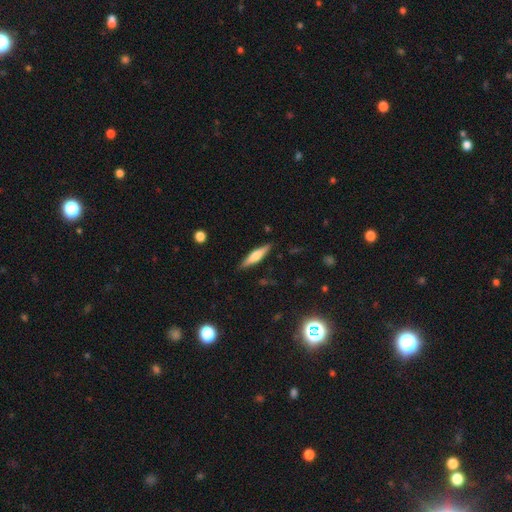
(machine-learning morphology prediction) Smooth or featured? smooth (51%)
How rounded? cigar-shaped (75%)
Merging? none (87%)